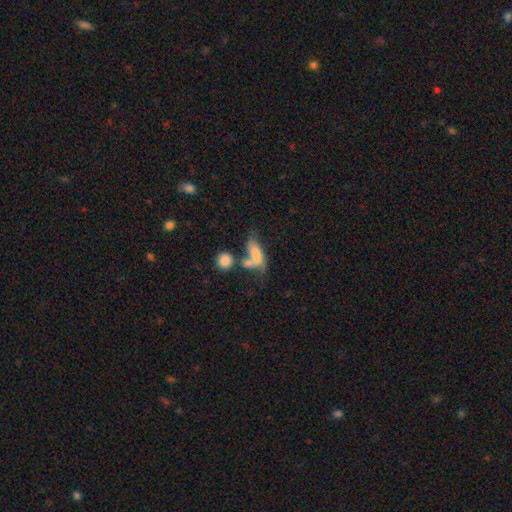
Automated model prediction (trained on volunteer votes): A smooth galaxy with no disk features (66%) that is in between round and cigar-shaped (71%). Merging: merger (45%).